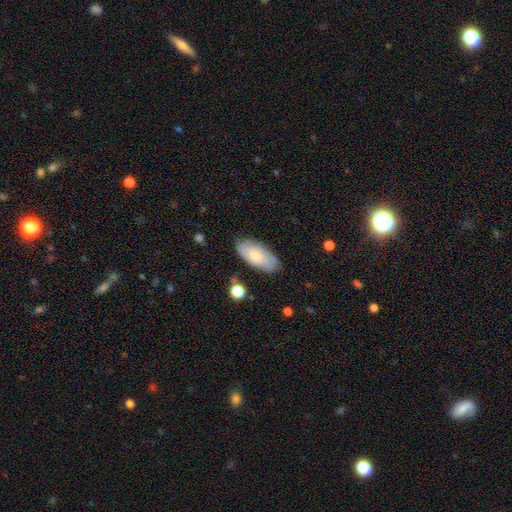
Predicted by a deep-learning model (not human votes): Overall: smooth (63%; featured or disk 30%). How rounded: in between (90%). Merging: none (78%).